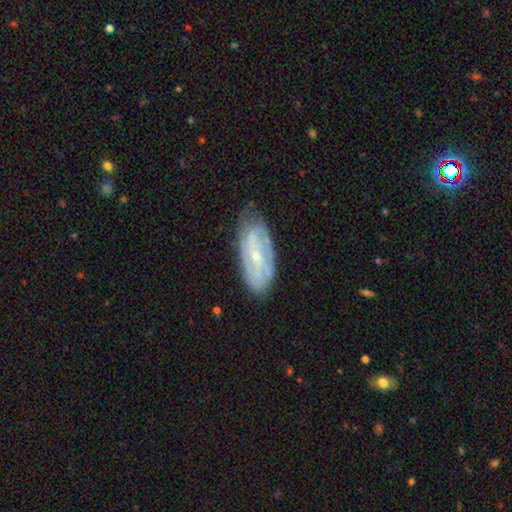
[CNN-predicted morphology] featured or disk 74%, smooth 19%, star or artifact 6%. Down the decision tree: edge-on disk — no (90%); bar — no (47%); spiral arms — yes (86%); spiral arm count — 2 (44%); spiral winding — tight (49%); bulge size — small (73%); merging — none (73%).